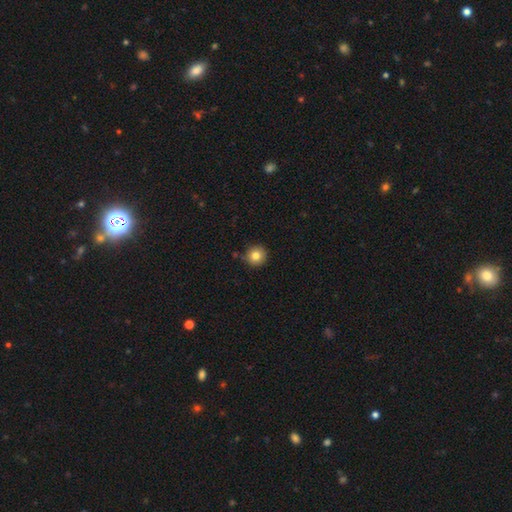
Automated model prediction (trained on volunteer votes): Smooth or featured? Predicted: smooth (p=0.82). How rounded? Predicted: round (p=0.95). Merging? Predicted: none (p=0.86).